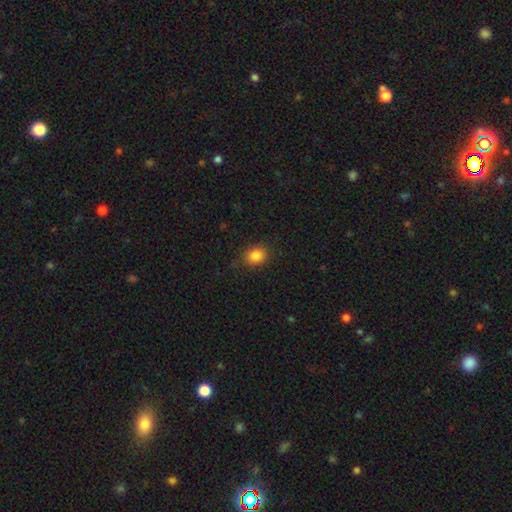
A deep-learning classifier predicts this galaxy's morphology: Smooth or featured? smooth (85%)
How rounded? round (53%)
Merging? none (82%)